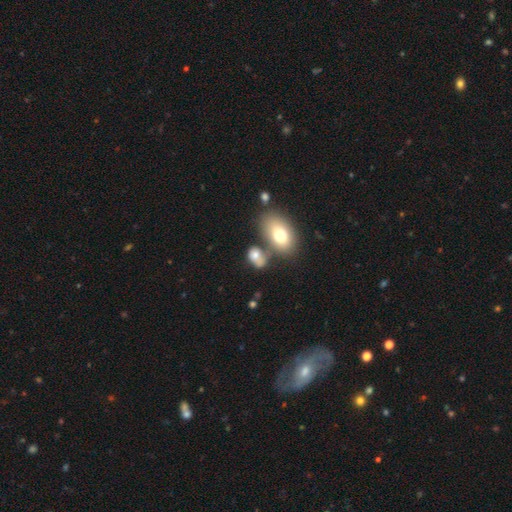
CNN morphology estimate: A smooth galaxy with no disk features (73%) that is in between round and cigar-shaped (80%).

Vote fractions:
- Smooth or featured? smooth: 73% / featured or disk: 17% / star or artifact: 10%
- How rounded? in between: 80% / round: 18% / cigar-shaped: 2%
- Merging? none: 37% / merger: 35% / minor disturbance: 17% / major disturbance: 10%